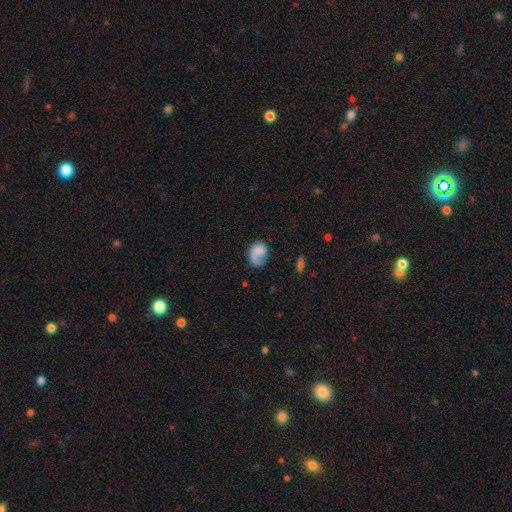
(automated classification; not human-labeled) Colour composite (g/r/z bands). It shows a smooth galaxy with no disk features (50%). Merging: none (42%).